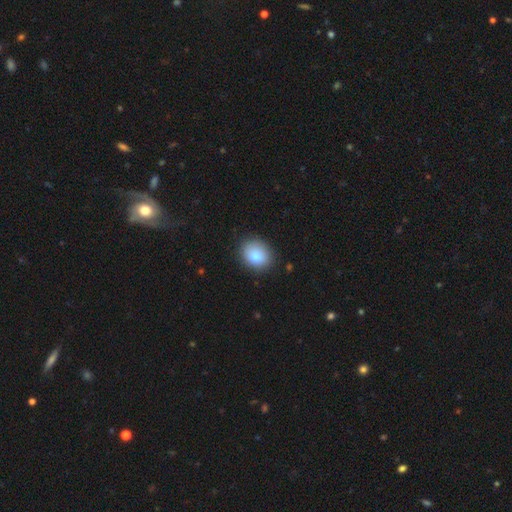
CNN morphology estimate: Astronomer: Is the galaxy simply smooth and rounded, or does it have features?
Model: smooth — 84%.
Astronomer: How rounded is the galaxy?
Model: in between — 50% (runner-up: round, 49%).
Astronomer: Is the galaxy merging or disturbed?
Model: none — 86%.